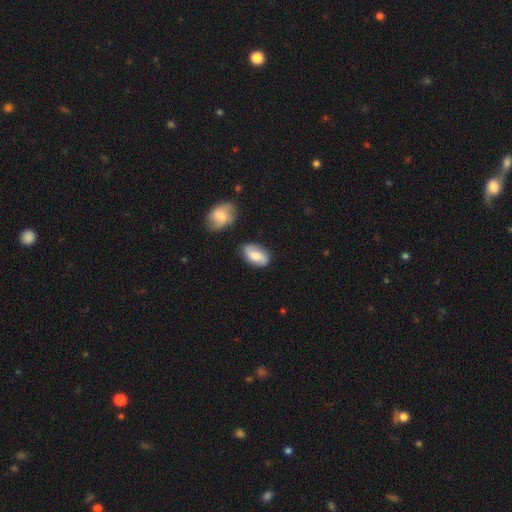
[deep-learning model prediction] Smooth or featured? smooth (58%)
How rounded? in between (90%)
Merging? none (80%)